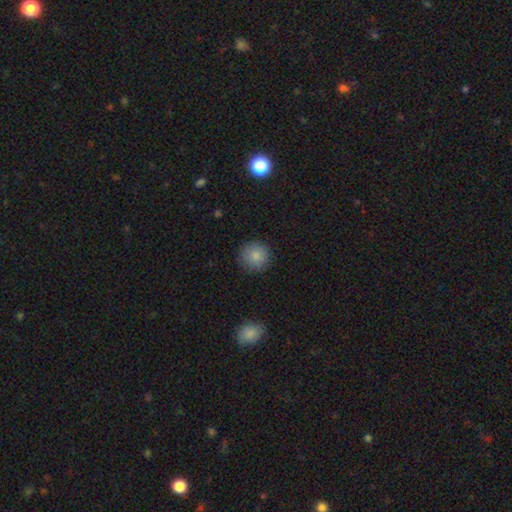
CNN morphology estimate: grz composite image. It shows a smooth galaxy with no disk features (86%) that is round (94%). Merging: none (89%).